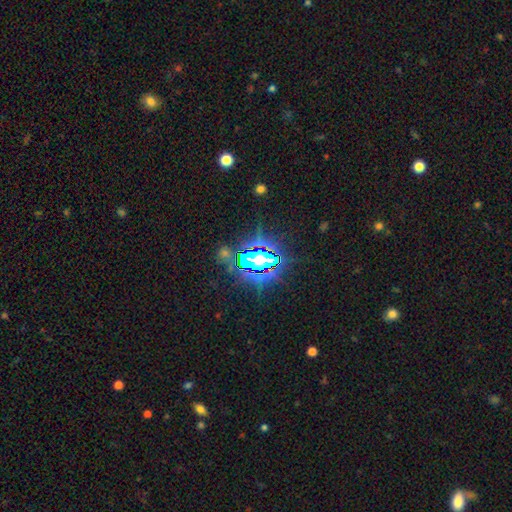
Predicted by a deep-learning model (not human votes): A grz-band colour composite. It shows a star or artifact, not a galaxy (81%).